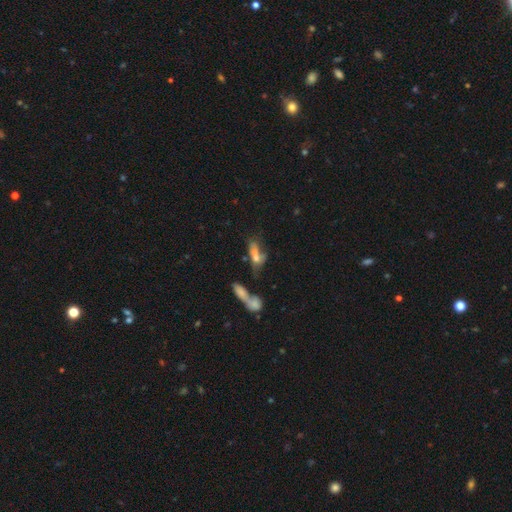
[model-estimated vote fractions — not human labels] The model was most divided on "smooth or featured": smooth: 53%, featured or disk: 34%, star or artifact: 14%. Remaining: how rounded — in between (68%); merging — merger (45%).